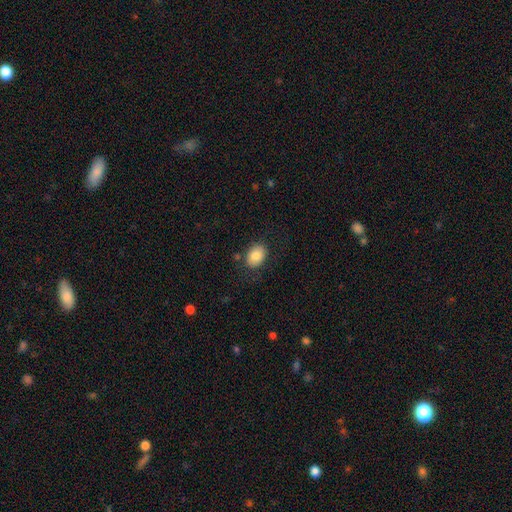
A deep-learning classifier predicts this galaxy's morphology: type=smooth (83%); roundness=in between (74%); merging=none (82%).